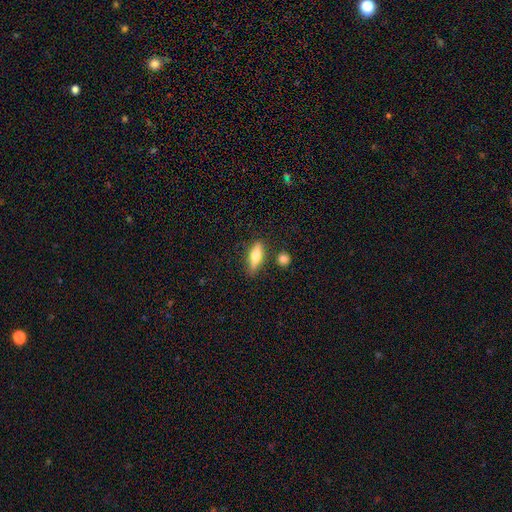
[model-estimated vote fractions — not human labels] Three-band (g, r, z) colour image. It shows a smooth galaxy with no disk features (58%) that is cigar-shaped (53%). Merging: none (79%).